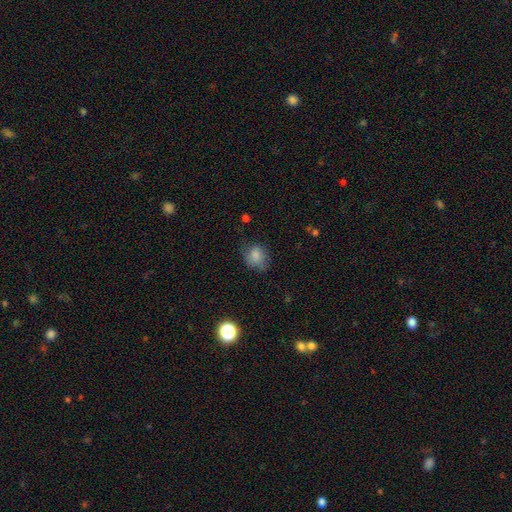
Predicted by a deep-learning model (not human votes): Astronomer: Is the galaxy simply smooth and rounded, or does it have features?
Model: smooth — 81%.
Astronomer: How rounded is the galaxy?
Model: round — 53% (runner-up: in between, 46%).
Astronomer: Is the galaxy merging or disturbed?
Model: none — 60%.